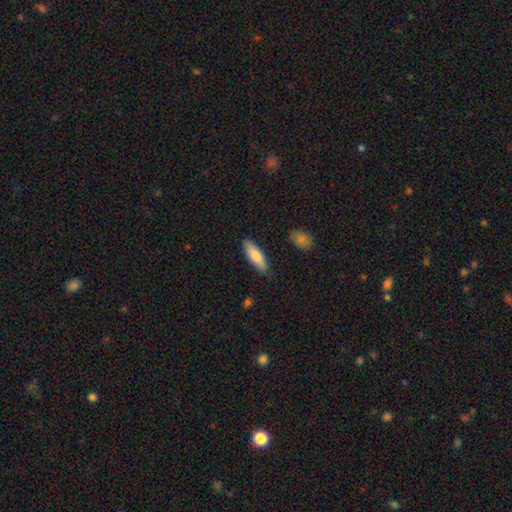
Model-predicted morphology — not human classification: type=smooth (80%); roundness=in between (54%); merging=none (84%).